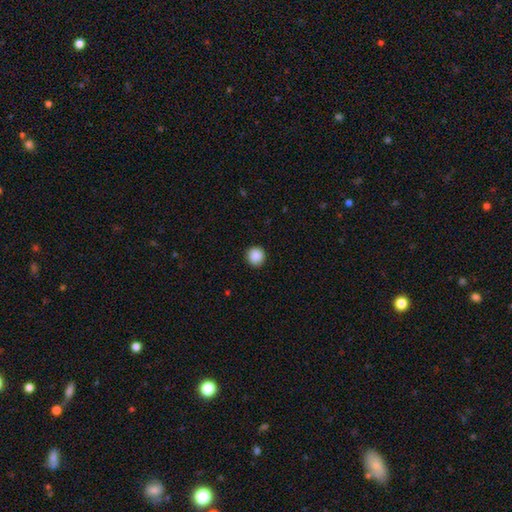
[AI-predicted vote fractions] smooth_or_featured: smooth (p=0.89) [alt: star or artifact p=0.09]
how_rounded: round (p=0.94) [alt: in between p=0.05]
merging: none (p=0.92) [alt: minor disturbance p=0.06]